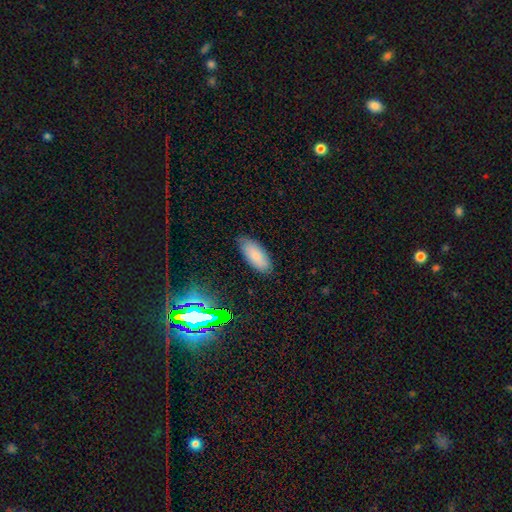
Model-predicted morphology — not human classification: The model was most divided on "merging": none: 82%, minor disturbance: 14%, major disturbance: 2%, merger: 1%. More confident: how rounded — in between (85%); smooth or featured — smooth (81%).